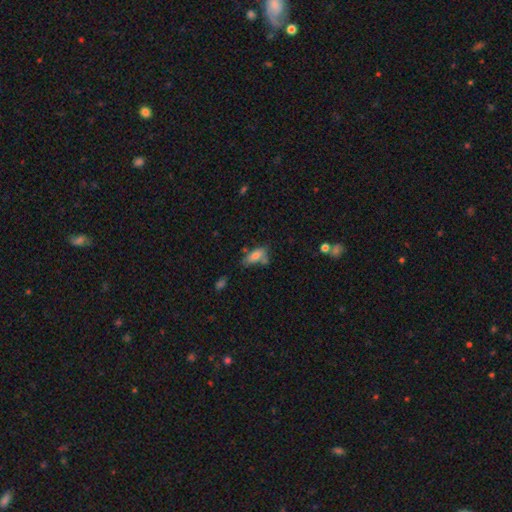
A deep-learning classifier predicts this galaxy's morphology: Smooth or featured: smooth — 74% (featured or disk — 17%)
How rounded: in between — 80% (cigar-shaped — 16%)
Merging: none — 49% (minor disturbance — 24%)